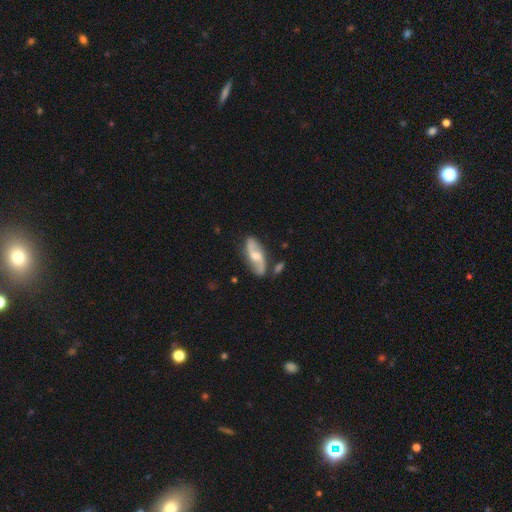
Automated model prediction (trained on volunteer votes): Q: Smooth or featured?
A: featured or disk (70%); runner-up: smooth (24%)
Q: Edge-on disk?
A: no (90%); runner-up: yes (10%)
Q: Bar?
A: no (50%); runner-up: weak (39%)
Q: Spiral arms?
A: yes (92%); runner-up: no (8%)
Q: Spiral winding?
A: loose (61%); runner-up: medium (30%)
Q: Spiral arm count?
A: 2 (90%); runner-up: can't tell (5%)
Q: Bulge size?
A: moderate (59%); runner-up: small (27%)
Q: Merging?
A: none (75%); runner-up: minor disturbance (16%)